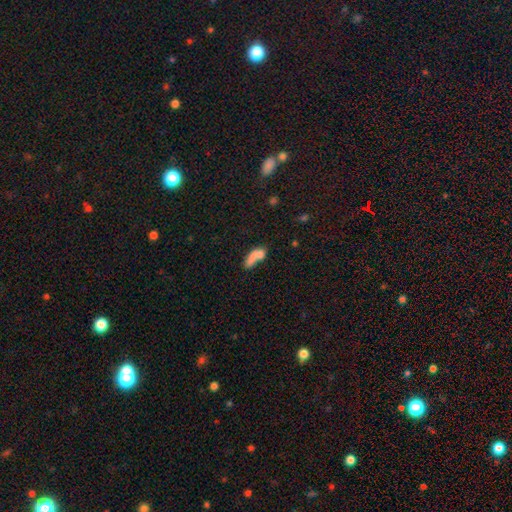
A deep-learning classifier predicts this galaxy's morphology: type=smooth (69%); roundness=in between (62%); merging=merger (45%).